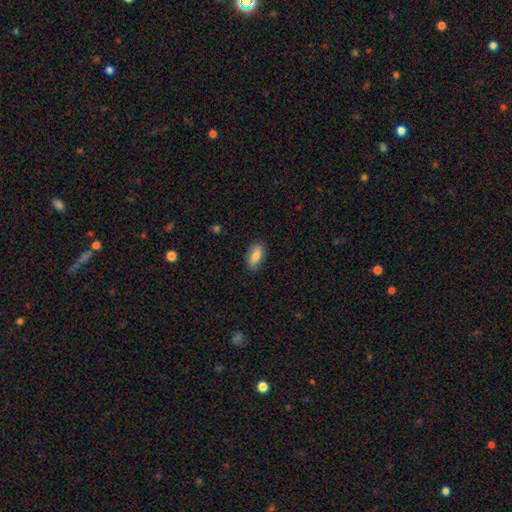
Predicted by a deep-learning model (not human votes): Smooth or featured? smooth (83%)
How rounded? in between (90%)
Merging? none (83%)